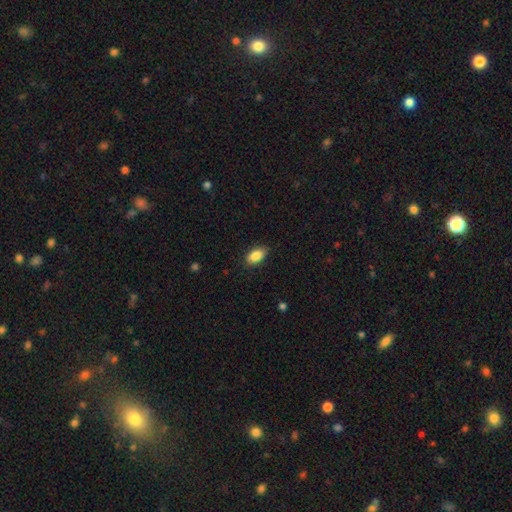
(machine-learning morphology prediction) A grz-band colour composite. It shows a smooth galaxy with no disk features (88%) that is in between round and cigar-shaped (91%). Merging: none (84%).